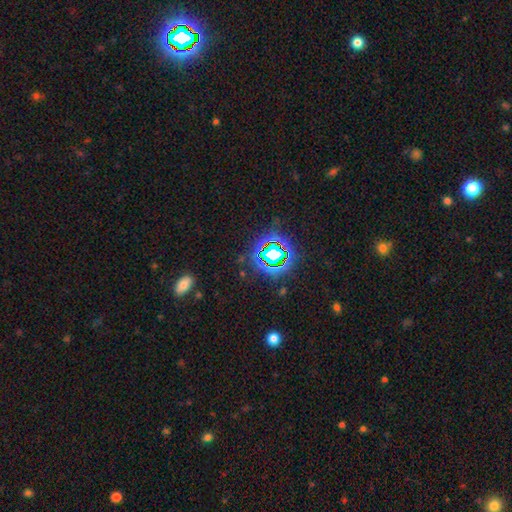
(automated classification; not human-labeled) smooth-or-featured: star or artifact: 71% | smooth: 21% | featured or disk: 8%